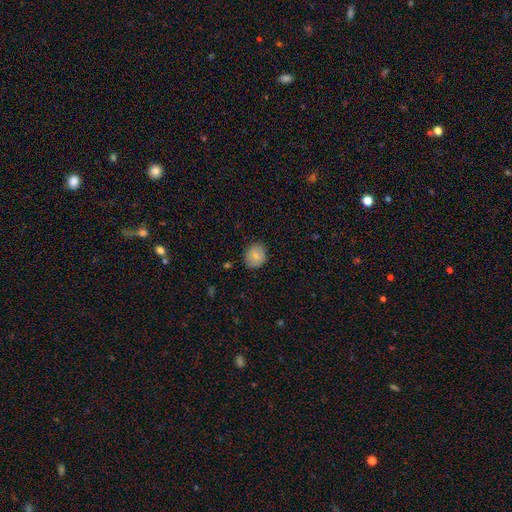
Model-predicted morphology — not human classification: A smooth galaxy with no disk features (82%) that is round (73%).

Vote fractions:
- Smooth or featured? smooth: 82% / featured or disk: 10% / star or artifact: 8%
- How rounded? round: 73% / in between: 26% / cigar-shaped: 1%
- Merging? none: 85% / minor disturbance: 12% / major disturbance: 2% / merger: 1%